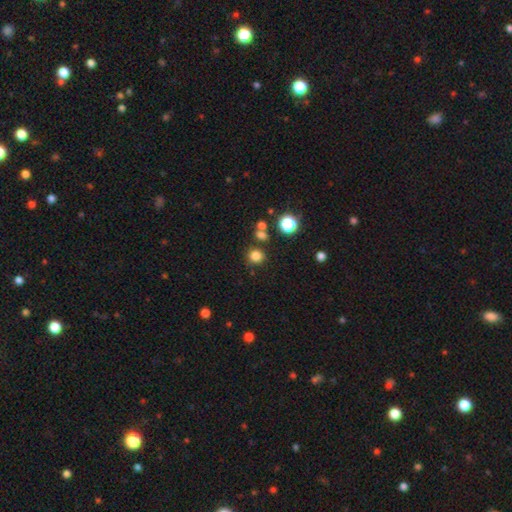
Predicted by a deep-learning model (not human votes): The model was most divided on "smooth or featured": smooth: 79%, star or artifact: 16%, featured or disk: 5%. More confident: how rounded — round (88%); merging — none (80%).